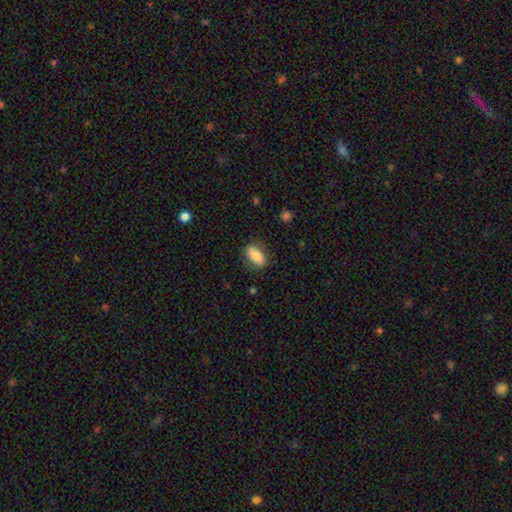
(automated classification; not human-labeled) Smooth or featured: smooth — 77% (featured or disk — 16%)
How rounded: in between — 84% (cigar-shaped — 10%)
Merging: none — 83% (minor disturbance — 13%)